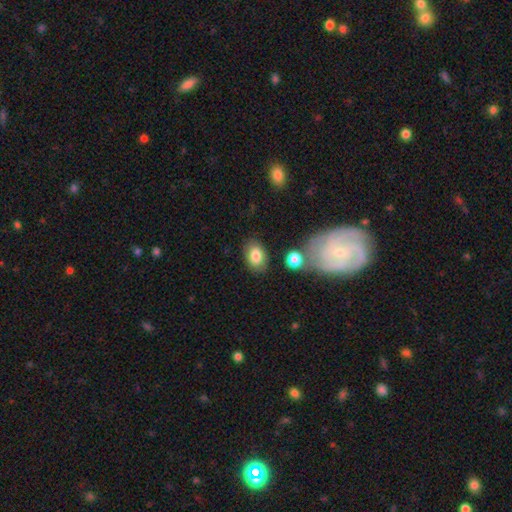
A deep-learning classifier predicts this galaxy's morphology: This is clearly a smooth galaxy (82%). How rounded: clearly in between (83%). Merging: likely none (79%).